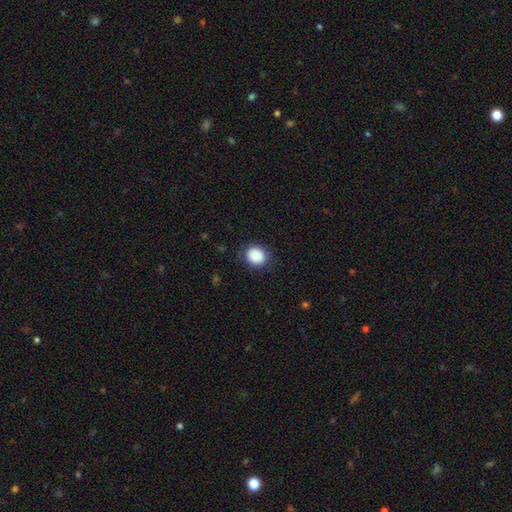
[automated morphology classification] This is clearly a smooth galaxy (87%). How rounded: likely round (73%). Merging: clearly none (85%).